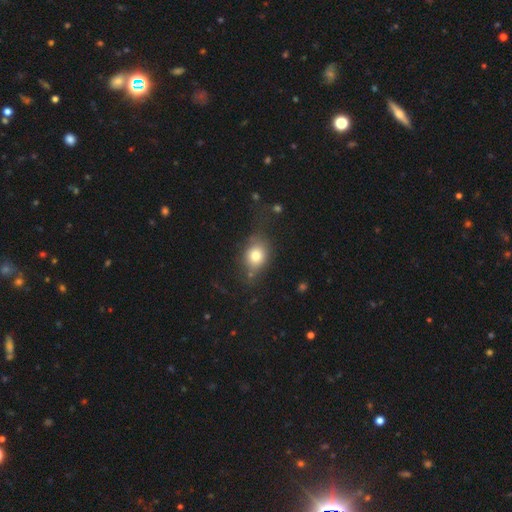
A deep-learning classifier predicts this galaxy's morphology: This appears to be a smooth galaxy with no disk features (76%) that is round (51%). Merging: none (59%).